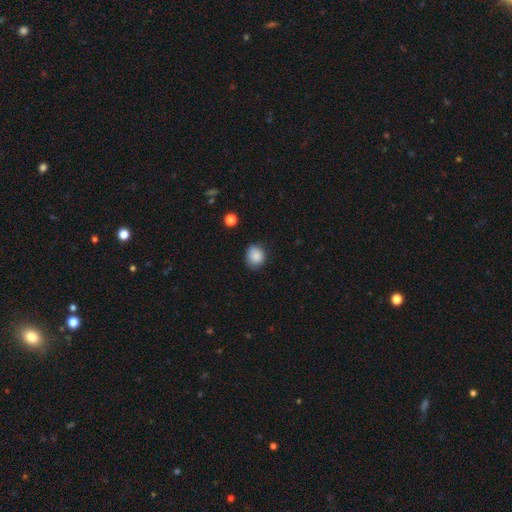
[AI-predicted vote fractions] Smooth or featured? Predicted: smooth (p=0.87). How rounded? Predicted: round (p=0.68). Merging? Predicted: none (p=0.75).